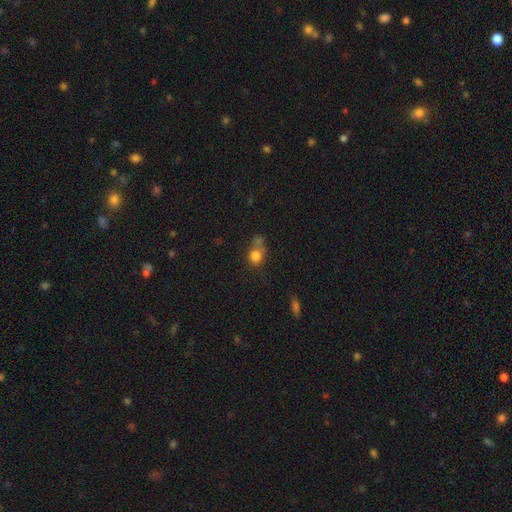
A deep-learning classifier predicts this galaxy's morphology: This appears to be a smooth galaxy with no disk features (79%) that is round (72%). Merging: none (39%).